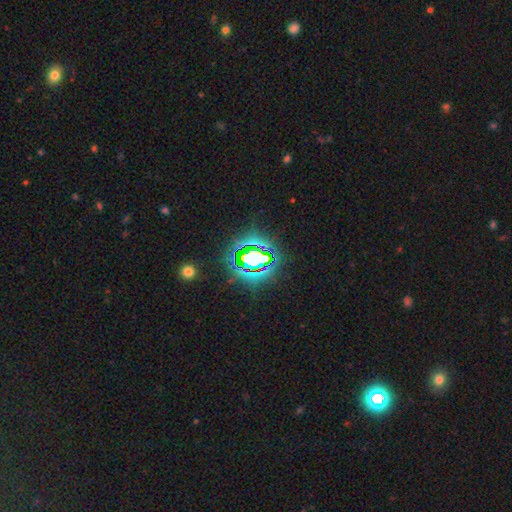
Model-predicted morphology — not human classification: smooth-or-featured: star or artifact: 79% | smooth: 12% | featured or disk: 9%